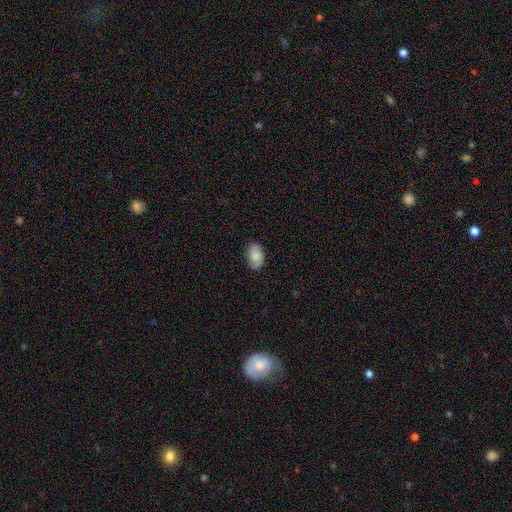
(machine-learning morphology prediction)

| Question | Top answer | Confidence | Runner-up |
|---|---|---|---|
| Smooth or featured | smooth | 78% | featured or disk (15%) |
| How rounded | in between | 89% | round (10%) |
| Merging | none | 83% | minor disturbance (14%) |